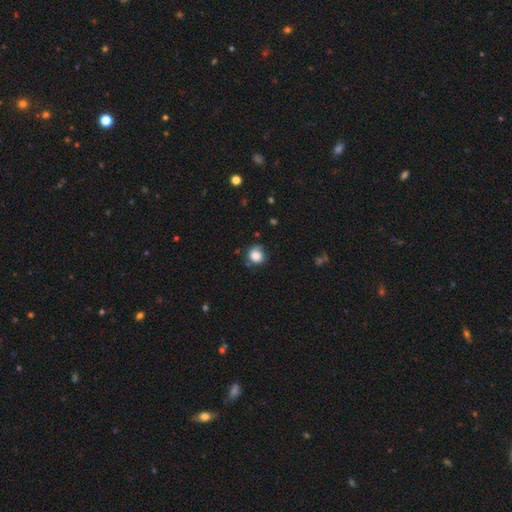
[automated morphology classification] smooth_or_featured: smooth (p=0.83) [alt: star or artifact p=0.10]
how_rounded: round (p=0.82) [alt: in between p=0.17]
merging: none (p=0.64) [alt: minor disturbance p=0.25]